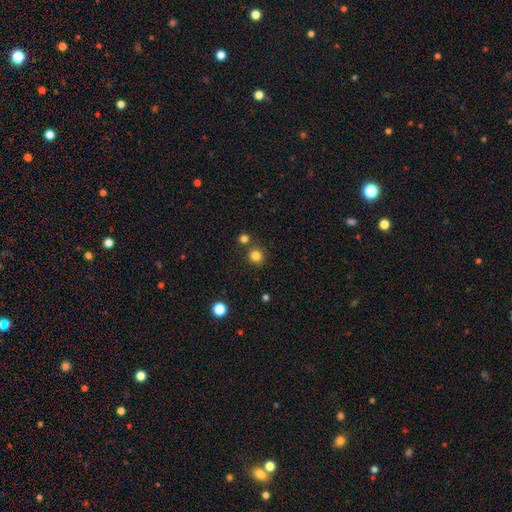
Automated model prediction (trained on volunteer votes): Smooth or featured? Predicted: smooth (p=0.82). How rounded? Predicted: round (p=0.88). Merging? Predicted: none (p=0.77).